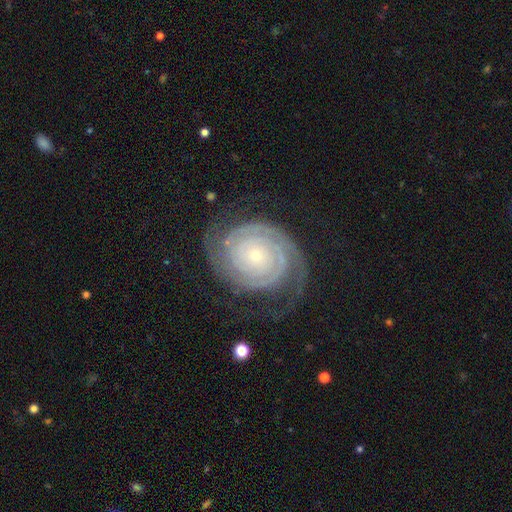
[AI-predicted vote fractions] A featured or disk galaxy (90%) with no bar (81%), 2 (63%) tight (85%) spiral arms (98%) and a small central bulge (78%).

Vote fractions:
- Smooth or featured? featured or disk: 90% / star or artifact: 5% / smooth: 5%
- Edge-on disk? no: 97% / yes: 3%
- Bar? no: 81% / weak: 13% / strong: 6%
- Spiral arms? yes: 98% / no: 2%
- Spiral winding? tight: 85% / medium: 12% / loose: 3%
- Spiral arm count? 2: 63% / 3: 12% / can't tell: 11% / 4: 6% / more than 4: 4% / 1: 4%
- Bulge size? small: 78% / moderate: 17% / large: 2% / none: 2% / dominant: 1%
- Merging? none: 75% / minor disturbance: 16% / major disturbance: 8% / merger: 1%